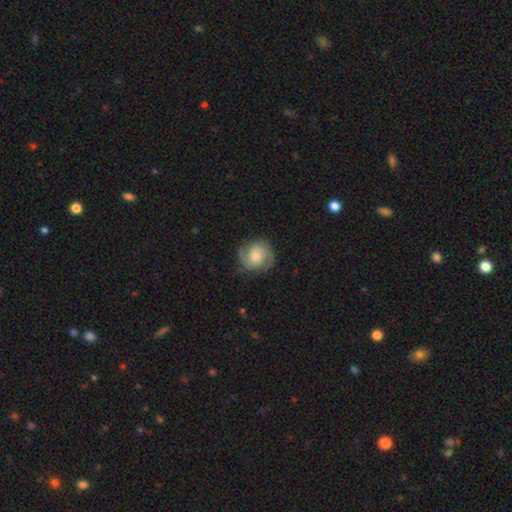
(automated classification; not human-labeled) The model was most divided on "spiral winding": medium: 46%, tight: 39%, loose: 16%. Remaining: edge-on disk — no (98%); spiral arms — yes (94%); spiral arm count — 2 (80%); merging — none (77%); smooth or featured — featured or disk (69%); bar — no (68%); bulge size — moderate (49%).